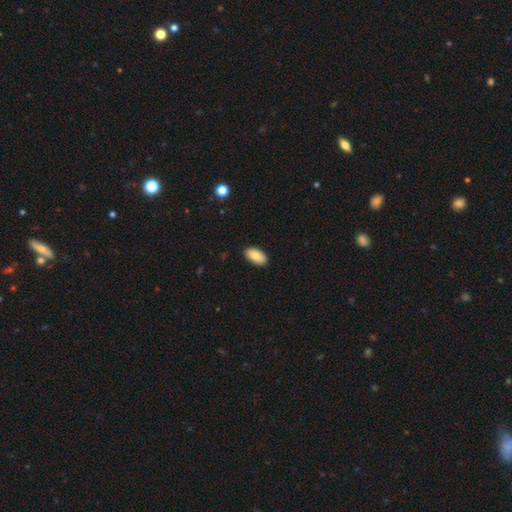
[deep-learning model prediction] Overall: smooth (83%). How rounded: in between (94%). Merging: none (88%).